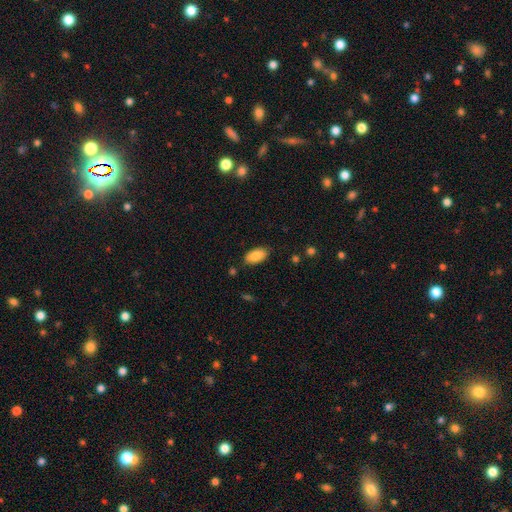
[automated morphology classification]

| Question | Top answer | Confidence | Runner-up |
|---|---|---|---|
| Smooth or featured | smooth | 85% | featured or disk (8%) |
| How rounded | in between | 94% | round (3%) |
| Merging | none | 82% | minor disturbance (13%) |